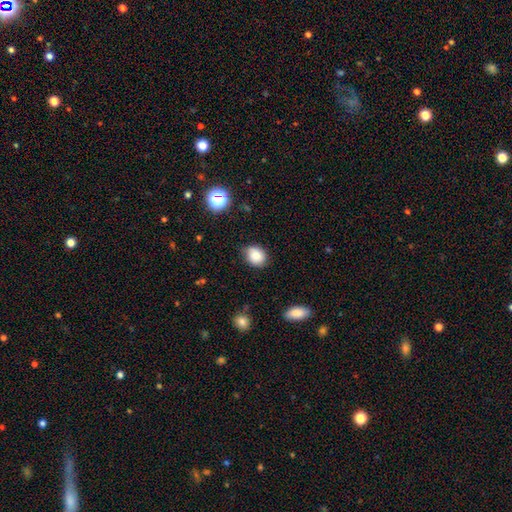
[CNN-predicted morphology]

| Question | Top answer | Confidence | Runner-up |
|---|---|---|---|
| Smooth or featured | smooth | 83% | star or artifact (9%) |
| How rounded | round | 51% | in between (48%) |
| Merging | none | 75% | minor disturbance (20%) |